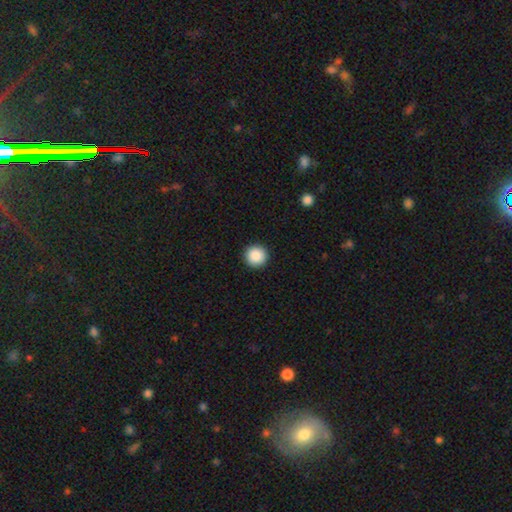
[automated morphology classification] smooth_or_featured: smooth (p=0.89) [alt: star or artifact p=0.08]
how_rounded: round (p=0.96) [alt: in between p=0.03]
merging: none (p=0.94) [alt: minor disturbance p=0.04]